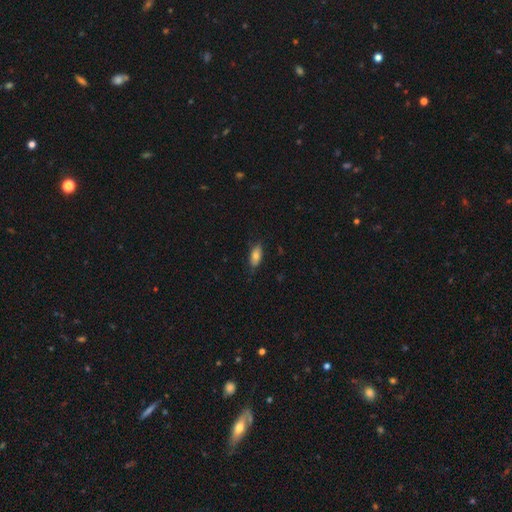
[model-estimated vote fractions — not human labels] Q: Smooth or featured?
A: smooth (76%); runner-up: featured or disk (17%)
Q: How rounded?
A: in between (87%); runner-up: cigar-shaped (10%)
Q: Merging?
A: none (79%); runner-up: minor disturbance (17%)